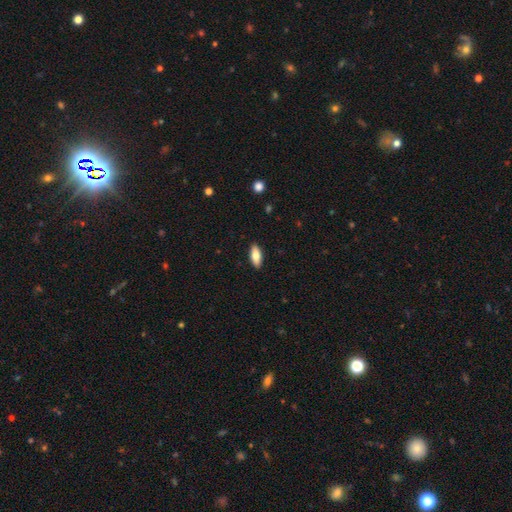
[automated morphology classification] type=smooth (78%); roundness=in between (80%); merging=none (90%).